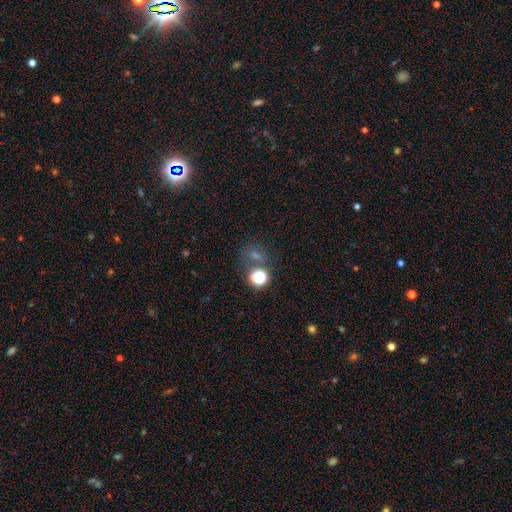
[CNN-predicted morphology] The model was most divided on "smooth or featured": star or artifact: 51%, smooth: 39%, featured or disk: 10%.